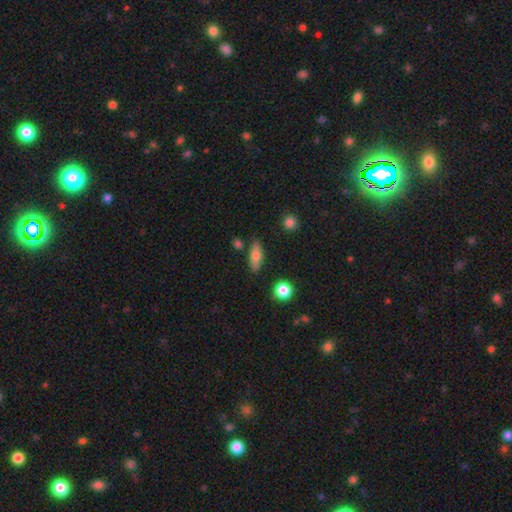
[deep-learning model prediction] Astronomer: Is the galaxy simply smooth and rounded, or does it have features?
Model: smooth — 68%.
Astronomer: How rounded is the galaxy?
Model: in between — 62%.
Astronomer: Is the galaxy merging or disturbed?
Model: none — 80%.